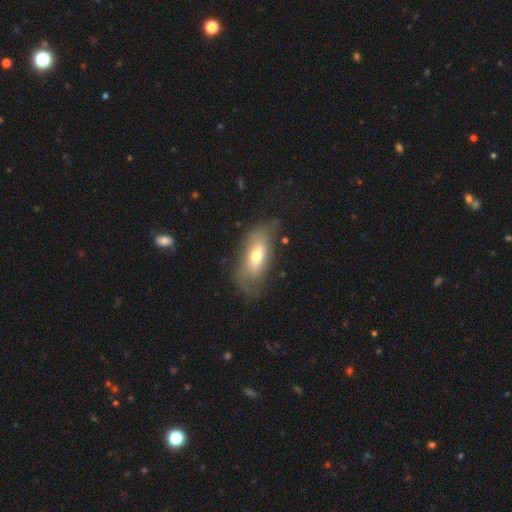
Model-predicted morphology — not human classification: Smooth or featured? Predicted: smooth (p=0.53). How rounded? Predicted: in between (p=0.79). Merging? Predicted: none (p=0.55).